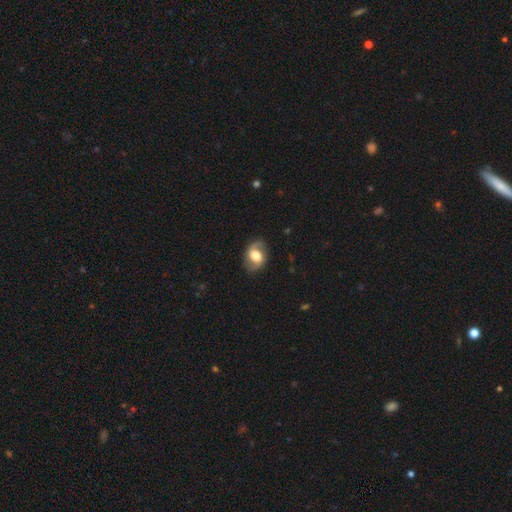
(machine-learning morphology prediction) smooth_or_featured: featured or disk (p=0.58) [alt: smooth p=0.34]
disk_edge_on: no (p=0.95) [alt: yes p=0.05]
bar: no (p=0.45) [alt: weak p=0.40]
has_spiral_arms: yes (p=0.82) [alt: no p=0.18]
bulge_size: moderate (p=0.48) [alt: large p=0.40]
merging: none (p=0.79) [alt: minor disturbance p=0.15]